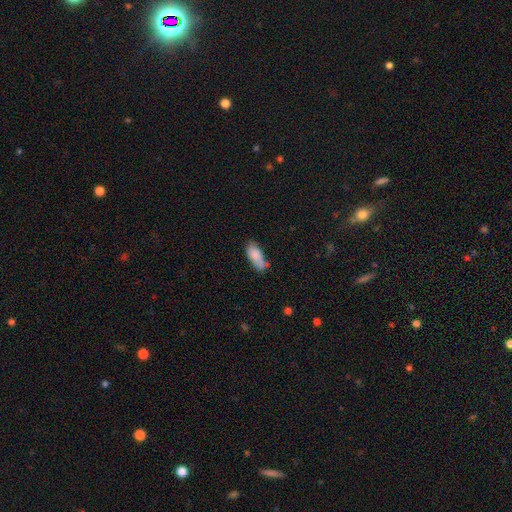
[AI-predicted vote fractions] smooth-or-featured: smooth: 82% | featured or disk: 11% | star or artifact: 7%
  how-rounded: in between: 82% | cigar-shaped: 15% | round: 2%
  merging: none: 51% | minor disturbance: 29% | merger: 12% | major disturbance: 8%